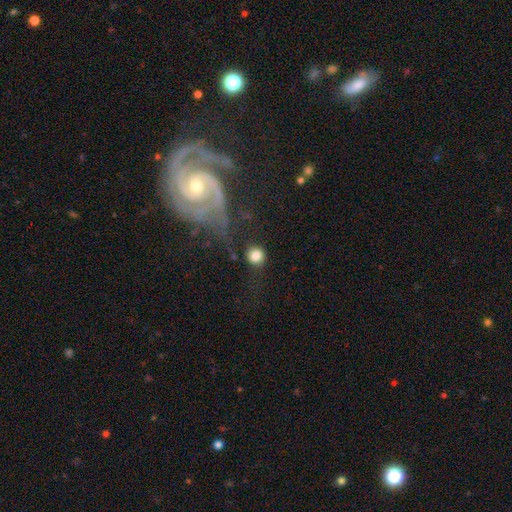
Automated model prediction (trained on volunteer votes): Smooth or featured? Predicted: smooth (p=0.82). How rounded? Predicted: round (p=0.90). Merging? Predicted: none (p=0.75).